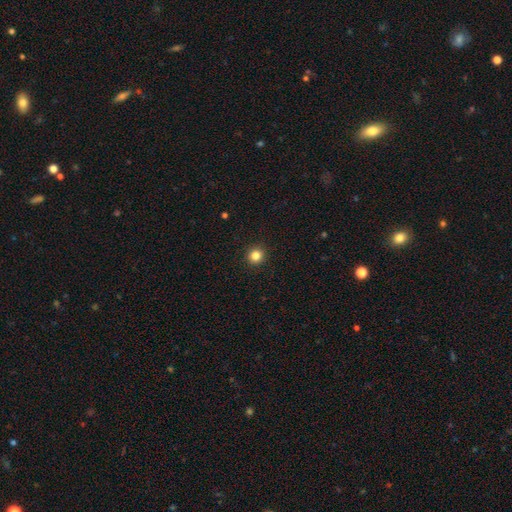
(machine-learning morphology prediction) A smooth galaxy with no disk features (84%) that is round (93%).

Vote fractions:
- Smooth or featured? smooth: 84% / star or artifact: 12% / featured or disk: 4%
- How rounded? round: 93% / in between: 6% / cigar-shaped: 1%
- Merging? none: 93% / minor disturbance: 4% / major disturbance: 2% / merger: 1%